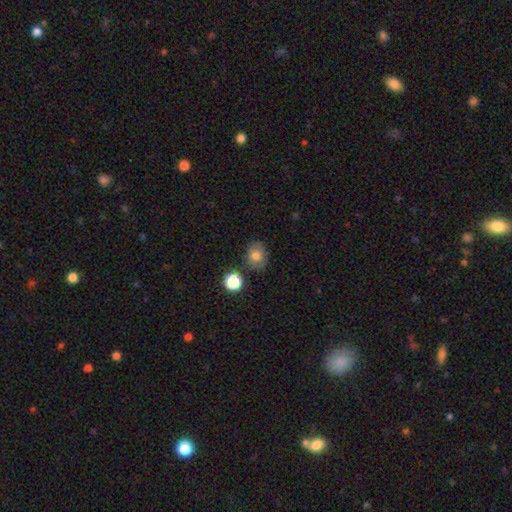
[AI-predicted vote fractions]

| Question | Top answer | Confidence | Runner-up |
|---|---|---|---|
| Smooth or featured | smooth | 78% | star or artifact (12%) |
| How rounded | round | 67% | in between (32%) |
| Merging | none | 79% | minor disturbance (13%) |